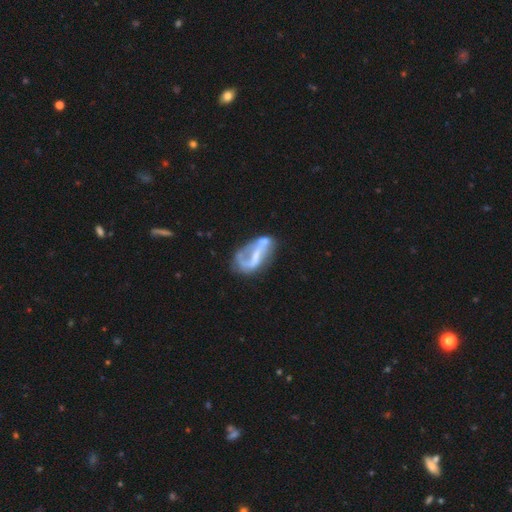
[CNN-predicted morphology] smooth-or-featured: featured or disk: 67% | smooth: 25% | star or artifact: 8%
  disk-edge-on: no: 96% | yes: 4%
    bar: weak: 35% | no: 34% | strong: 31%
    has-spiral-arms: yes: 59% | no: 41%
    bulge-size: none: 43% | small: 28% | moderate: 23% | large: 5% | dominant: 1%
  merging: none: 31% (tied) | major disturbance: 31% (tied) | minor disturbance: 21% | merger: 18%